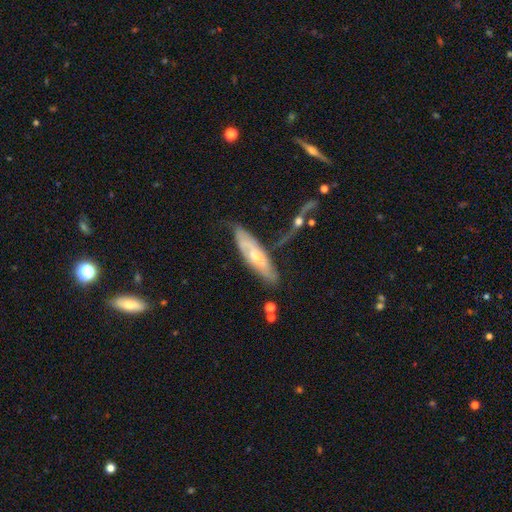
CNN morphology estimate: A featured or disk galaxy (61%). Merging: none (52%).